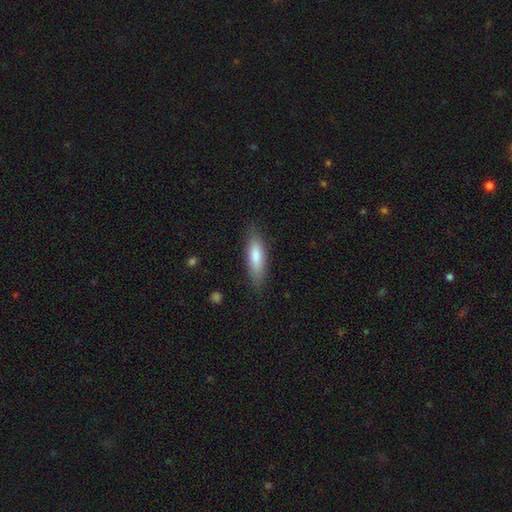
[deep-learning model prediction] Overall: smooth (76%). How rounded: cigar-shaped (59%; in between 40%). Merging: none (85%).